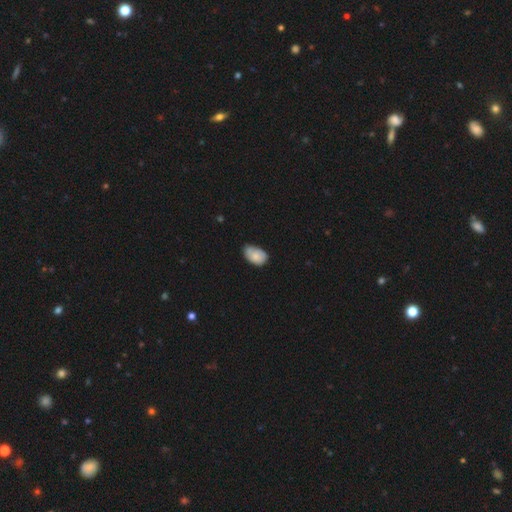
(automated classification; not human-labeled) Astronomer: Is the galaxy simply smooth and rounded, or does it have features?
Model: smooth — 80%.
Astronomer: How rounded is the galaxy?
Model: in between — 89%.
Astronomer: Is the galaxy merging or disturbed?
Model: none — 48% (runner-up: minor disturbance, 43%).